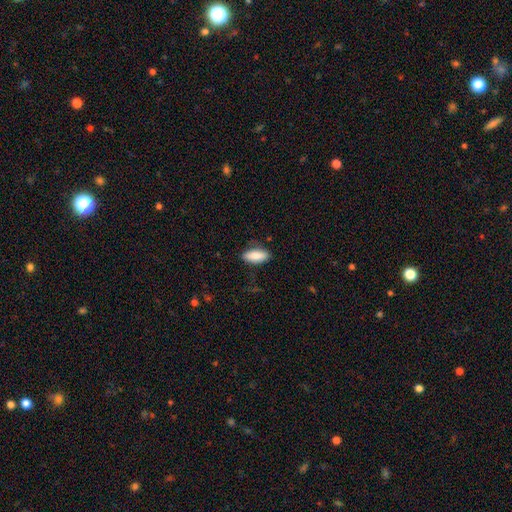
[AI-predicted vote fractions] A smooth galaxy with no disk features (86%) that is in between round and cigar-shaped (79%).

Vote fractions:
- Smooth or featured? smooth: 86% / featured or disk: 7% / star or artifact: 6%
- How rounded? in between: 79% / cigar-shaped: 19% / round: 2%
- Merging? none: 81% / minor disturbance: 15% / major disturbance: 3% / merger: 1%